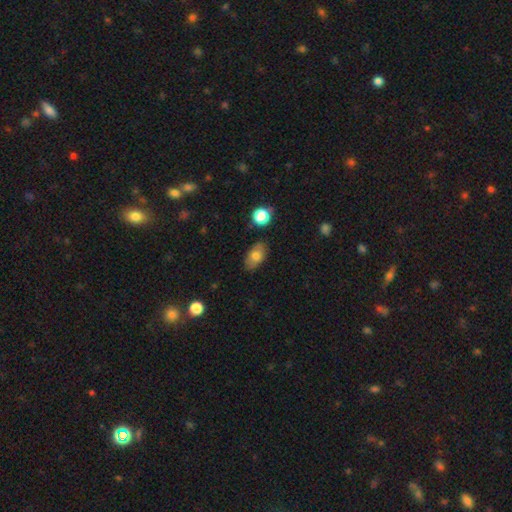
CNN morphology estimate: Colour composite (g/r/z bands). It shows a smooth galaxy with no disk features (72%) that is in between round and cigar-shaped (88%). Merging: none (80%).